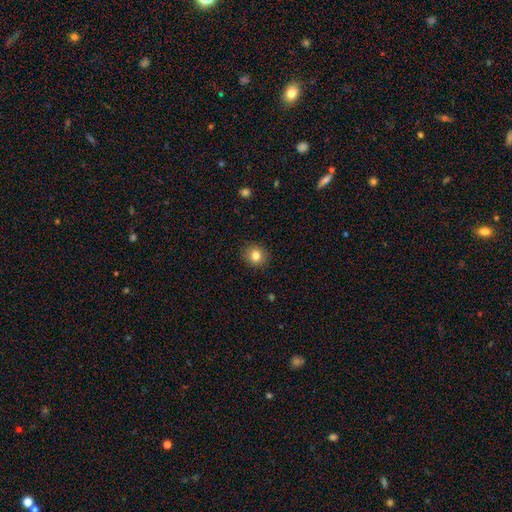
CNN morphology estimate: Q: Smooth or featured?
A: smooth (82%); runner-up: star or artifact (11%)
Q: How rounded?
A: round (87%); runner-up: in between (12%)
Q: Merging?
A: none (91%); runner-up: minor disturbance (6%)